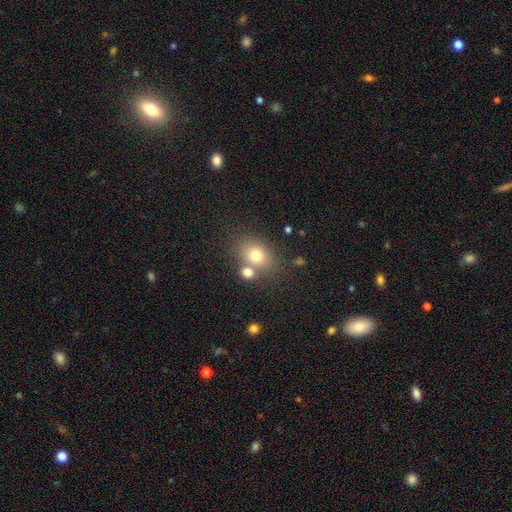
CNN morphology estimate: Smooth or featured?
  - smooth: 75% *
  - featured or disk: 13%
  - star or artifact: 12%
How rounded?
  - in between: 55% *
  - round: 44%
  - cigar-shaped: 1%
Merging?
  - none: 60% *
  - merger: 24%
  - minor disturbance: 12%
  - major disturbance: 4%